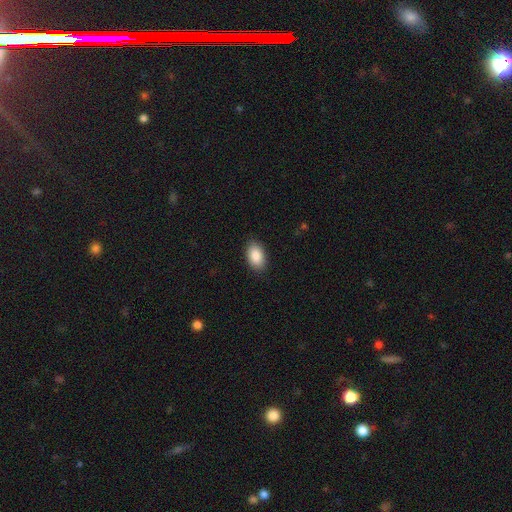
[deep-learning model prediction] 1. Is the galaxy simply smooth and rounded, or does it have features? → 88% smooth, 7% star or artifact, 5% featured or disk.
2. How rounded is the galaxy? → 93% in between, 6% round, 1% cigar-shaped.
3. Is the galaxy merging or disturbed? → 88% none, 9% minor disturbance, 2% major disturbance, 1% merger.